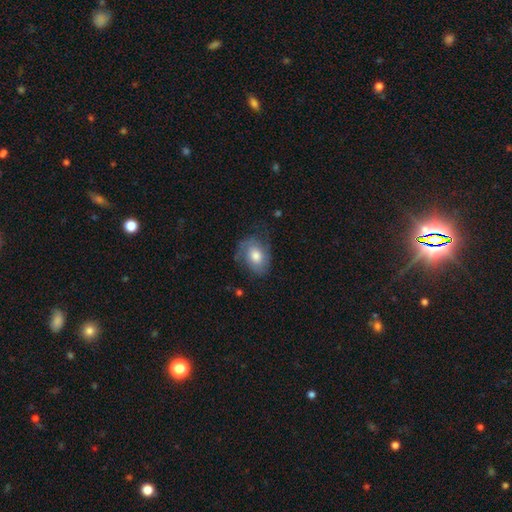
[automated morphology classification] Smooth or featured: smooth — 50% (featured or disk — 42%)
How rounded: in between — 70% (round — 29%)
Merging: none — 57% (minor disturbance — 27%)